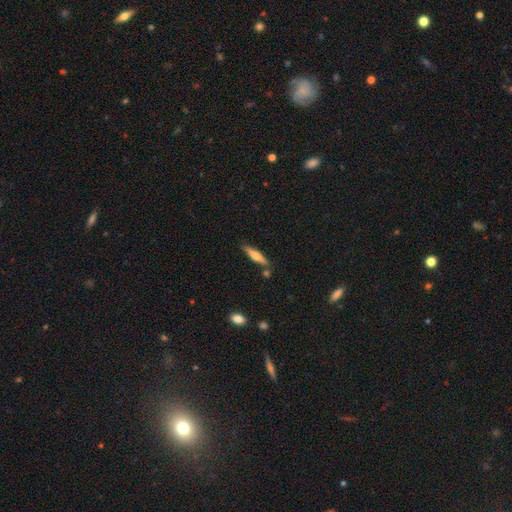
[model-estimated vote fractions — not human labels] Q: Smooth or featured?
A: featured or disk (47%); tied with: smooth (47%)
Q: Merging?
A: none (81%); runner-up: minor disturbance (11%)